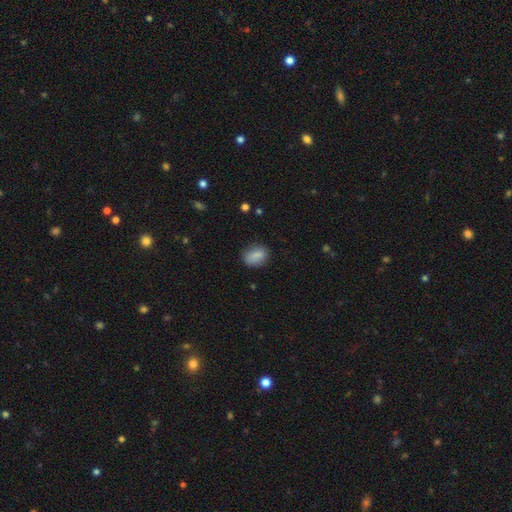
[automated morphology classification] This appears to be a smooth galaxy with no disk features (84%) that is in between round and cigar-shaped (71%). Merging: none (80%).